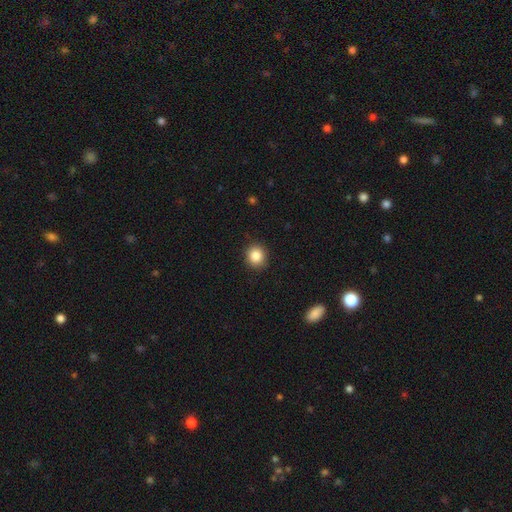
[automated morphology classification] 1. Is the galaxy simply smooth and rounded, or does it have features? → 86% smooth, 10% star or artifact, 4% featured or disk.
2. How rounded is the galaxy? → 86% round, 13% in between, 1% cigar-shaped.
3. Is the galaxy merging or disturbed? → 89% none, 7% minor disturbance, 2% major disturbance, 1% merger.